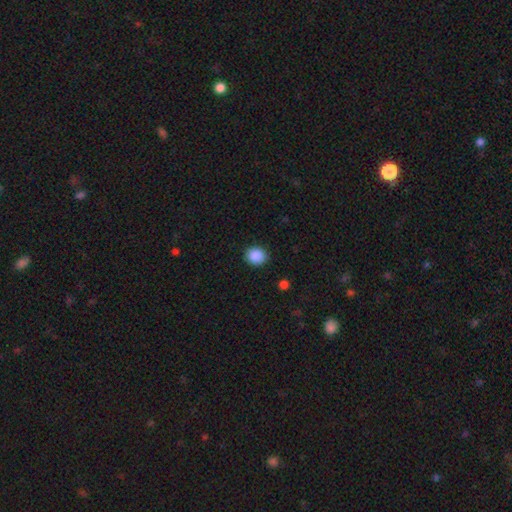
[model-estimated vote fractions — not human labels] smooth-or-featured: smooth: 89% | star or artifact: 9% | featured or disk: 2%
  how-rounded: round: 78% | in between: 21% | cigar-shaped: 1%
  merging: none: 89% | minor disturbance: 7% | major disturbance: 2% | merger: 1%